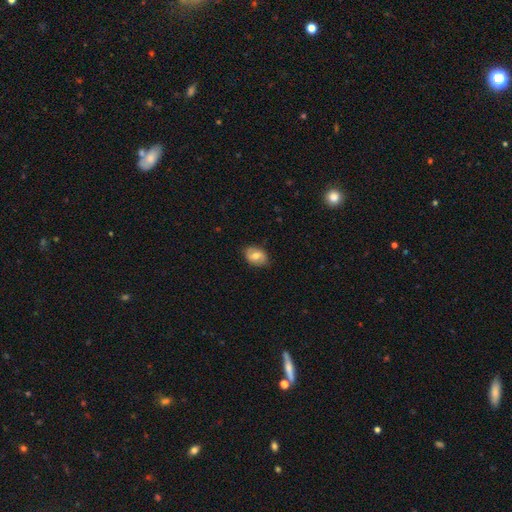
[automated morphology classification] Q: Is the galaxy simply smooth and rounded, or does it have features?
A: smooth — 62%.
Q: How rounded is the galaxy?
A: in between — 76%.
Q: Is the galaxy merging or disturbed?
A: none — 83%.